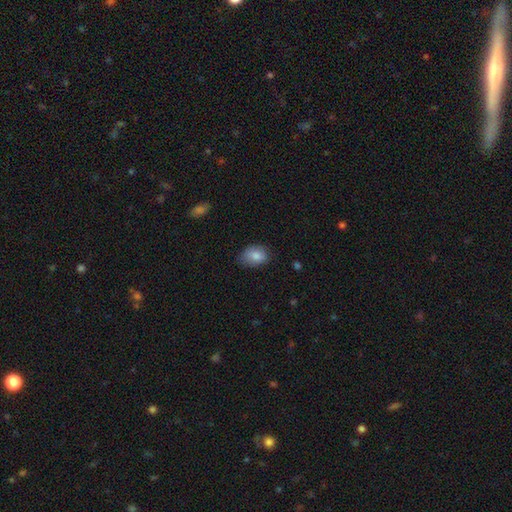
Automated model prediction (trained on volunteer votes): Smooth or featured? smooth (83%)
How rounded? in between (74%)
Merging? none (67%)